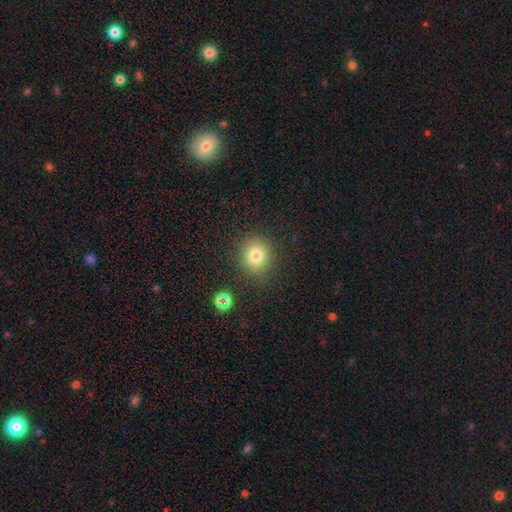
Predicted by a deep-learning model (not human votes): smooth 78%, star or artifact 15%, featured or disk 8%. Down the decision tree: how rounded — round (82%); merging — none (85%).